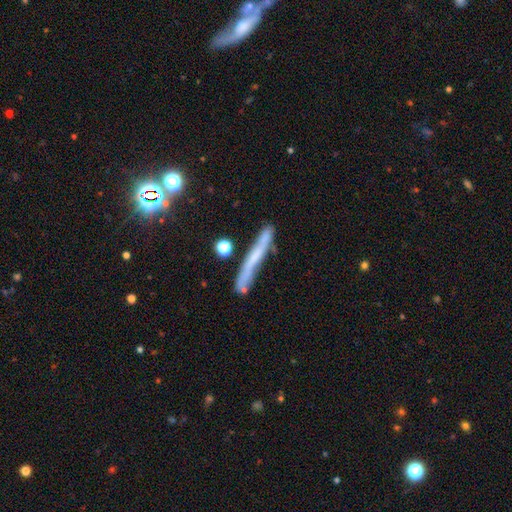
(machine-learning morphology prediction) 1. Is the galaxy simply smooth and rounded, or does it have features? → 45% featured or disk, 40% smooth, 15% star or artifact.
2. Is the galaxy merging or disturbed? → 67% none, 21% minor disturbance, 7% major disturbance, 5% merger.